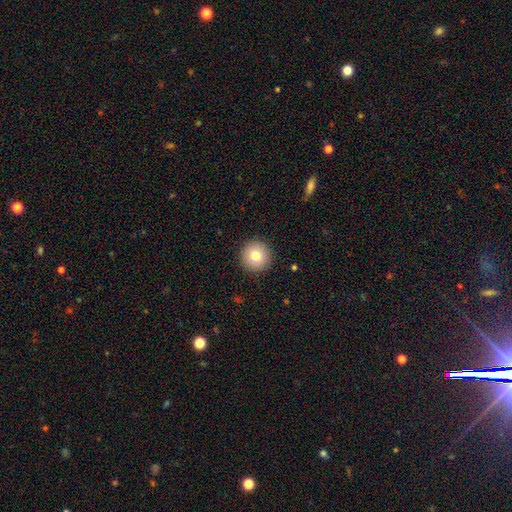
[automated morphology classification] smooth_or_featured: smooth (p=0.79) [alt: featured or disk p=0.11]
how_rounded: round (p=0.96) [alt: in between p=0.03]
merging: none (p=0.92) [alt: minor disturbance p=0.05]